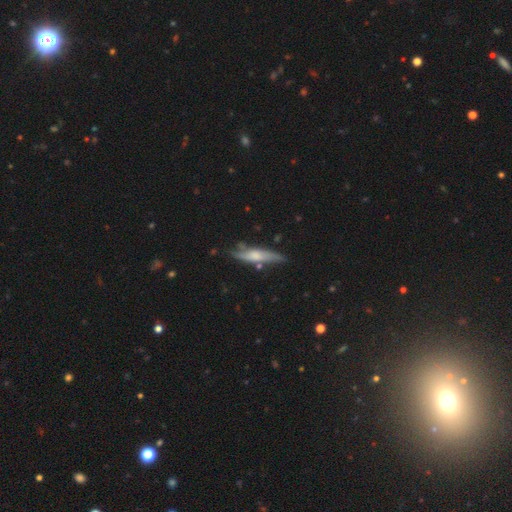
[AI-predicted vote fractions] Morphology: type=featured or disk (47%, tied with smooth); merging=none (64%).